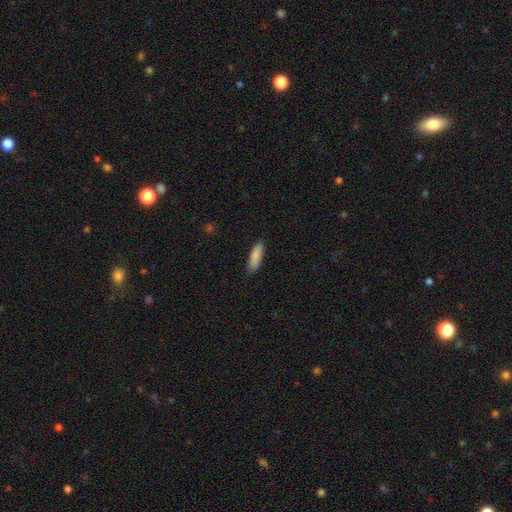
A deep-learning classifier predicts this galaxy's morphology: smooth-or-featured: smooth: 87% | featured or disk: 7% | star or artifact: 6%
  how-rounded: cigar-shaped: 63% | in between: 35% | round: 1%
  merging: none: 82% | minor disturbance: 15% | major disturbance: 2% | merger: 1%